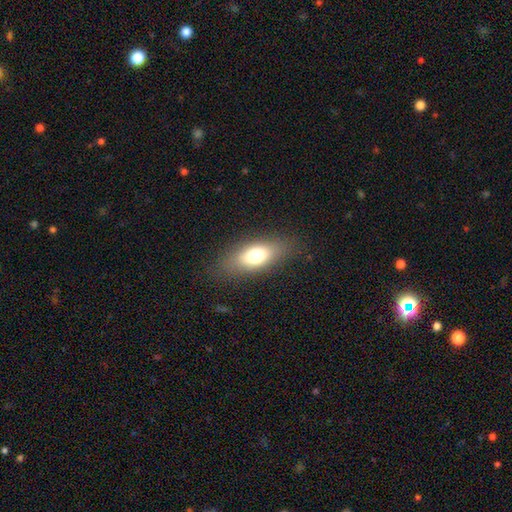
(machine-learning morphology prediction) Smooth or featured?
  - smooth: 71% *
  - featured or disk: 19%
  - star or artifact: 9%
How rounded?
  - in between: 78% *
  - cigar-shaped: 16%
  - round: 5%
Merging?
  - none: 82% *
  - minor disturbance: 12%
  - major disturbance: 5%
  - merger: 1%